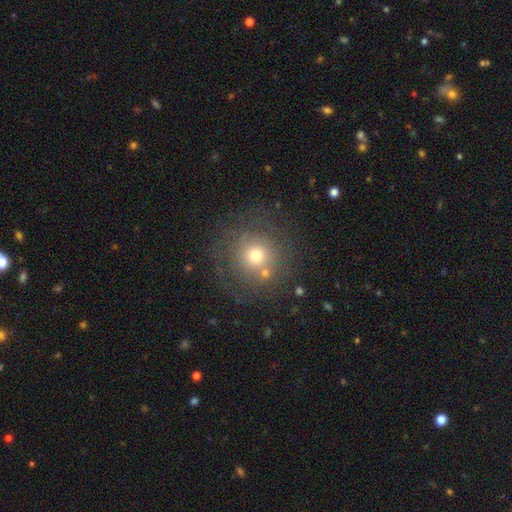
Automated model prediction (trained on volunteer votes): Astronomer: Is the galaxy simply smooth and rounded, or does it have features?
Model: smooth — 64%.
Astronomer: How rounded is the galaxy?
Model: round — 93%.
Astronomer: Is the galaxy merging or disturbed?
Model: none — 76%.